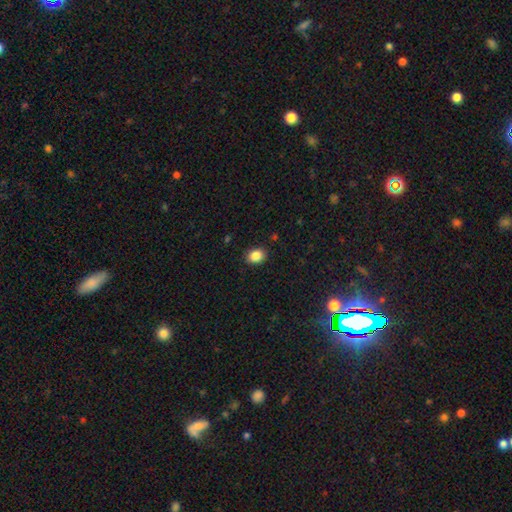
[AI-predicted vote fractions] smooth_or_featured: smooth (p=0.86) [alt: star or artifact p=0.10]
how_rounded: in between (p=0.54) [alt: round p=0.45]
merging: none (p=0.89) [alt: minor disturbance p=0.08]